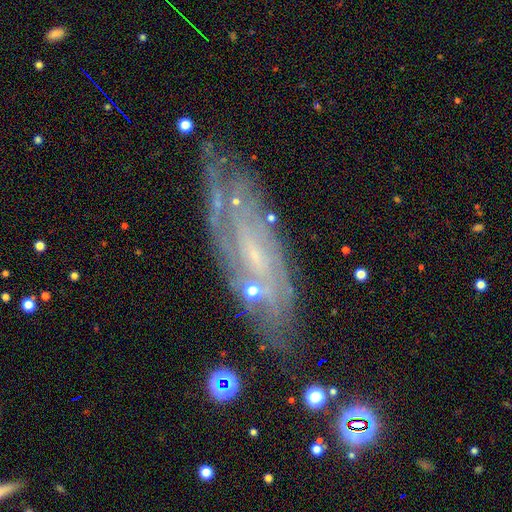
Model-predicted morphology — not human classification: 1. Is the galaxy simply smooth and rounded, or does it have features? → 73% featured or disk, 16% smooth, 12% star or artifact.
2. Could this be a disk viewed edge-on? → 76% no, 24% yes.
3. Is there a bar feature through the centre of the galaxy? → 45% no, 40% weak, 15% strong.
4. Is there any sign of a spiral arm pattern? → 83% yes, 17% no.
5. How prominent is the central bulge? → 67% small, 16% none, 14% moderate, 1% large, 1% dominant.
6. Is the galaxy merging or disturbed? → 74% none, 17% minor disturbance, 6% major disturbance, 3% merger.